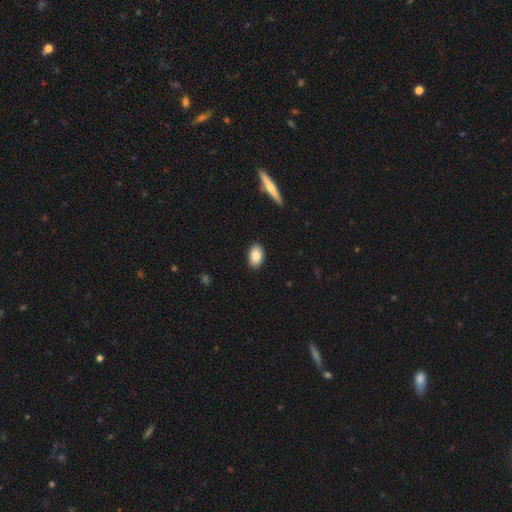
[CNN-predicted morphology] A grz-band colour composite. It shows a smooth galaxy with no disk features (86%) that is in between round and cigar-shaped (91%). Merging: none (89%).